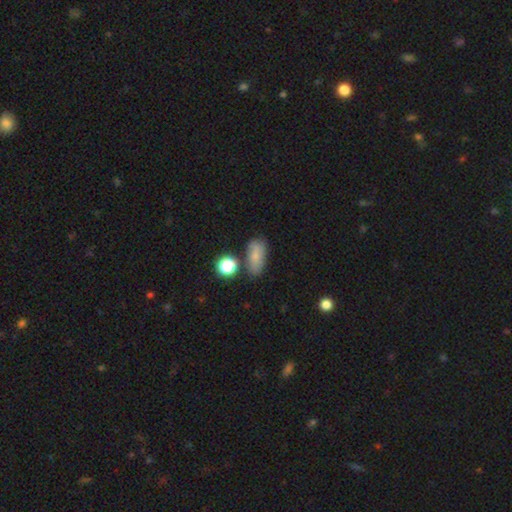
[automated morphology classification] Smooth or featured?
  - smooth: 71% *
  - featured or disk: 17%
  - star or artifact: 12%
How rounded?
  - in between: 83% *
  - round: 10%
  - cigar-shaped: 7%
Merging?
  - none: 63% *
  - minor disturbance: 21%
  - merger: 9%
  - major disturbance: 6%